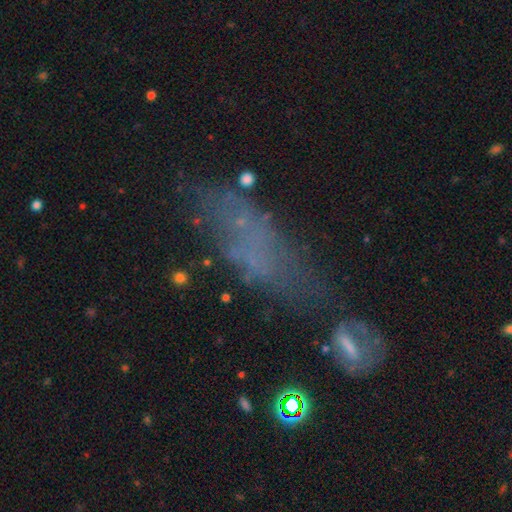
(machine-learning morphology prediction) Overall: smooth (44%; featured or disk 36%). Merging: none (38%; major disturbance 22%).